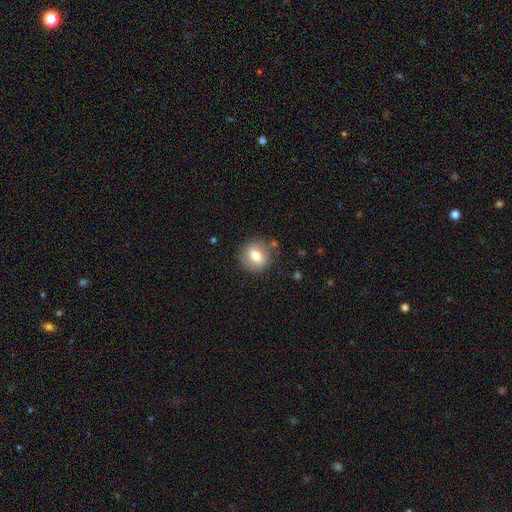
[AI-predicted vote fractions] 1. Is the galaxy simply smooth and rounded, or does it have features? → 69% smooth, 23% featured or disk, 8% star or artifact.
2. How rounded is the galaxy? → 79% round, 20% in between, 1% cigar-shaped.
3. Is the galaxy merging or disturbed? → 81% none, 13% minor disturbance, 4% major disturbance, 2% merger.